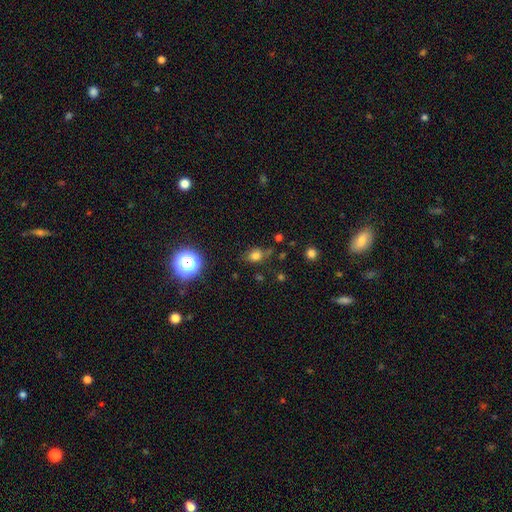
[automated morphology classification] Smooth or featured? Predicted: smooth (p=0.74). How rounded? Predicted: in between (p=0.50). Merging? Predicted: none (p=0.69).